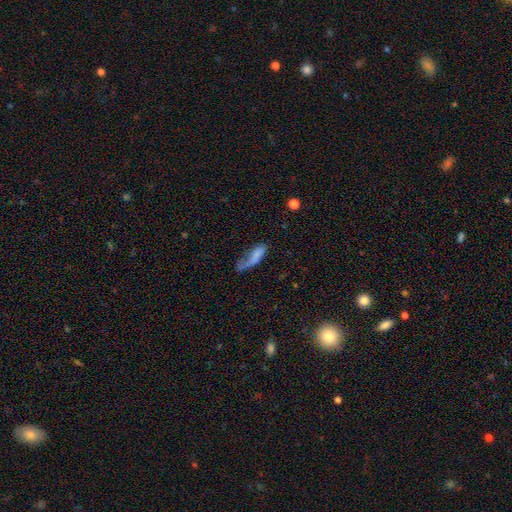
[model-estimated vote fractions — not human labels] Overall: smooth (69%). How rounded: in between (58%; cigar-shaped 39%). Merging: major disturbance (40%; none 26%).